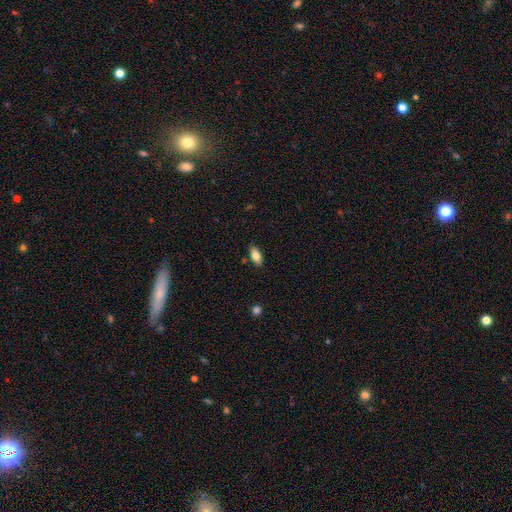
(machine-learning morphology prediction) This appears to be a smooth galaxy with no disk features (81%) that is in between round and cigar-shaped (89%). Merging: none (86%).